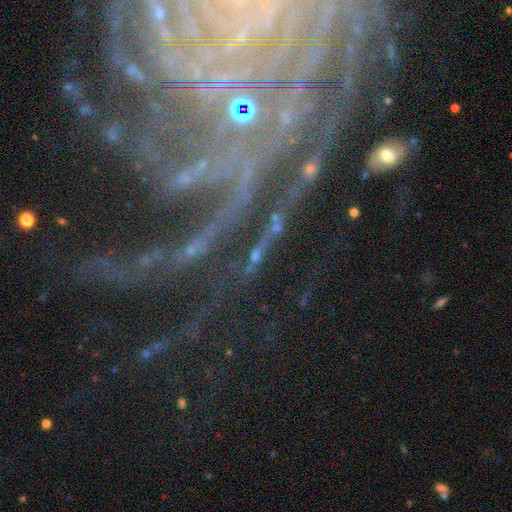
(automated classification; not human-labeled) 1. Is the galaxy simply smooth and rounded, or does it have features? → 56% featured or disk, 34% star or artifact, 10% smooth.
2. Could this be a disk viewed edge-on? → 88% no, 12% yes.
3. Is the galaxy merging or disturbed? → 69% none, 15% minor disturbance, 12% major disturbance, 5% merger.